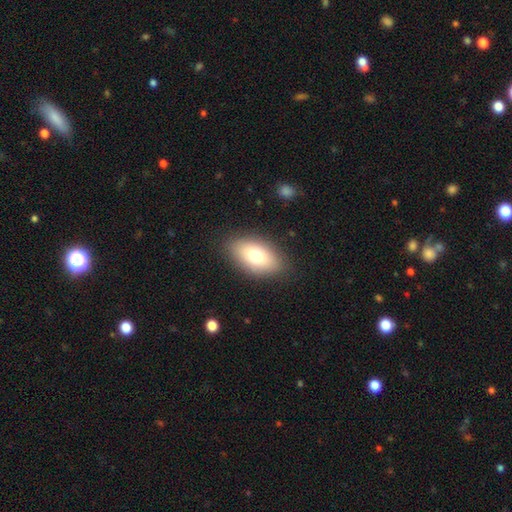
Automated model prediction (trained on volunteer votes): Smooth or featured? Predicted: smooth (p=0.75). How rounded? Predicted: in between (p=0.91). Merging? Predicted: none (p=0.85).